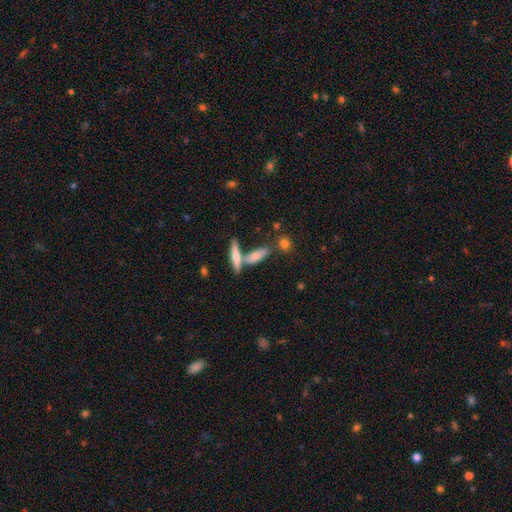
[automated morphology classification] type=smooth (67%); roundness=cigar-shaped (50%); merging=none (51%).